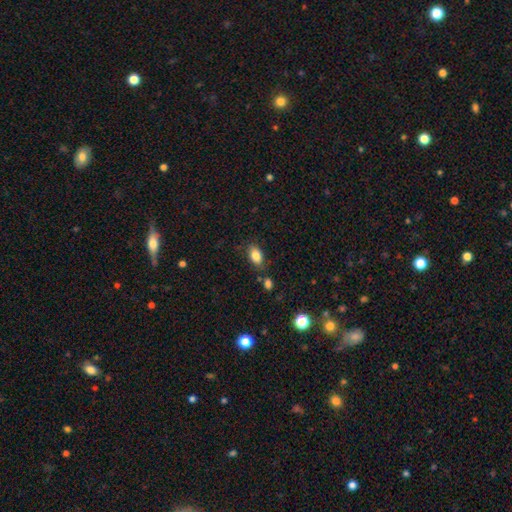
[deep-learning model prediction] The model was most divided on "merging": none: 78%, minor disturbance: 14%, merger: 5%, major disturbance: 3%. More confident: how rounded — in between (89%); smooth or featured — smooth (84%).